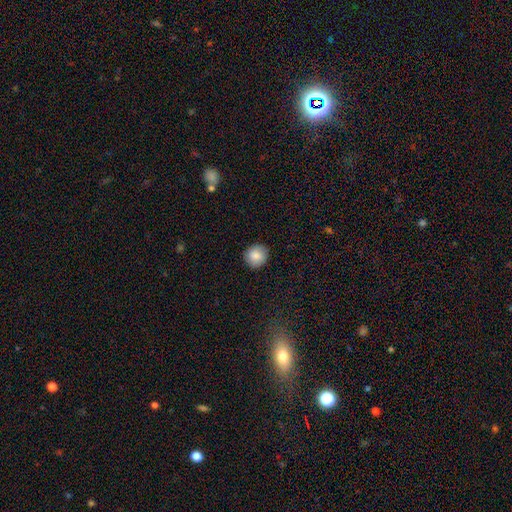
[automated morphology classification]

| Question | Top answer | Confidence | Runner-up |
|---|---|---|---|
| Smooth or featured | smooth | 86% | star or artifact (8%) |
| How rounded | round | 90% | in between (9%) |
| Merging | none | 91% | minor disturbance (6%) |